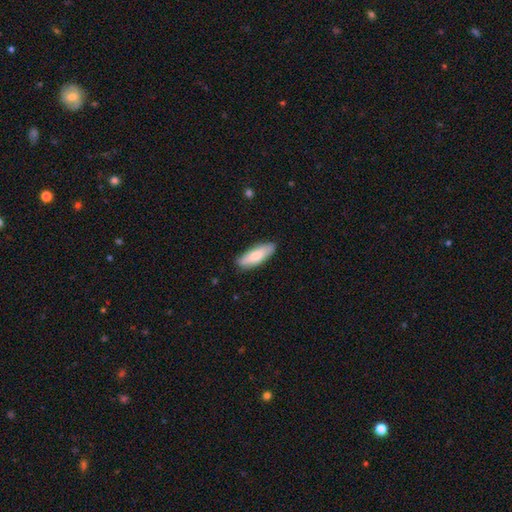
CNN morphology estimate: This is likely a smooth galaxy (78%). How rounded: possibly in between (57%). Merging: clearly none (86%).